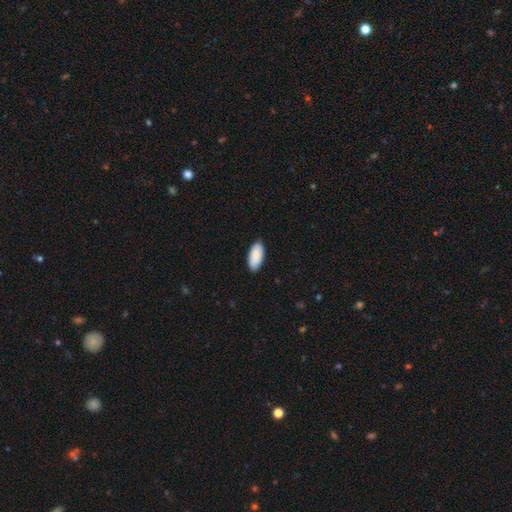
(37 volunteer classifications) Overall: smooth (97%). How rounded: in between (86%). Merging: none (89%).